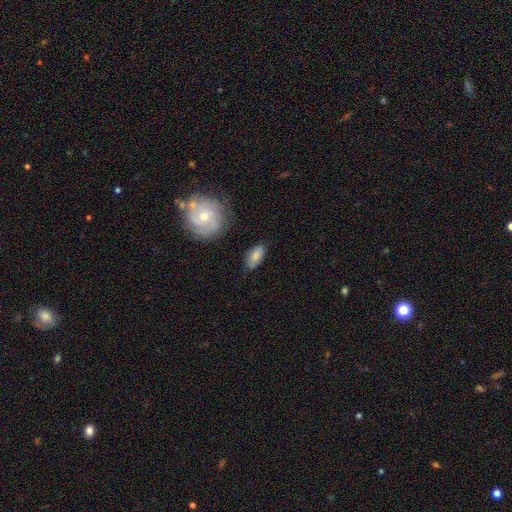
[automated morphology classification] smooth-or-featured: smooth: 77% | featured or disk: 16% | star or artifact: 7%
  how-rounded: in between: 90% | cigar-shaped: 7% | round: 4%
  merging: none: 77% | minor disturbance: 16% | major disturbance: 4% | merger: 2%